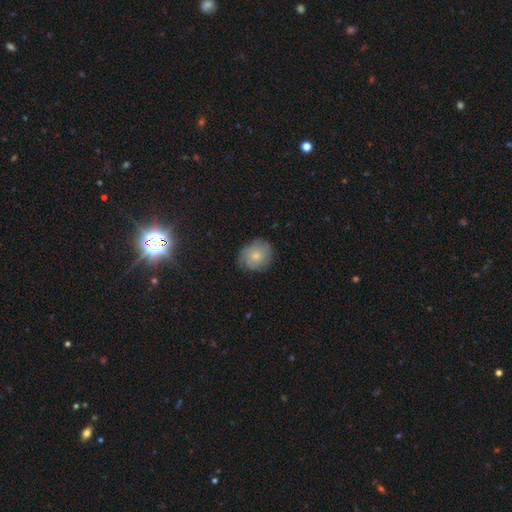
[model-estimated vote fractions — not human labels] Smooth or featured? Predicted: smooth (p=0.62). How rounded? Predicted: round (p=0.78). Merging? Predicted: none (p=0.75).